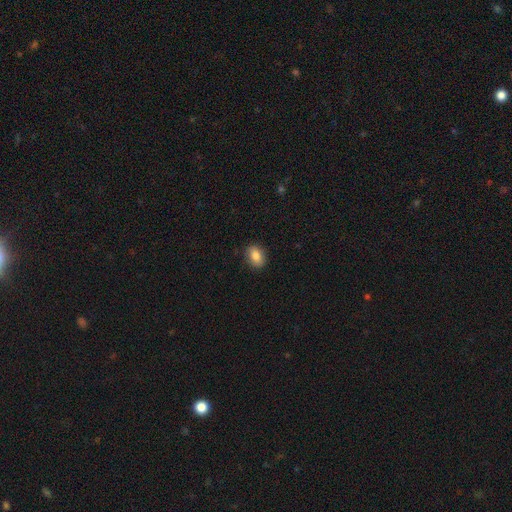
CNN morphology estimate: smooth_or_featured: smooth (p=0.86) [alt: star or artifact p=0.08]
how_rounded: in between (p=0.80) [alt: round p=0.18]
merging: none (p=0.87) [alt: minor disturbance p=0.10]